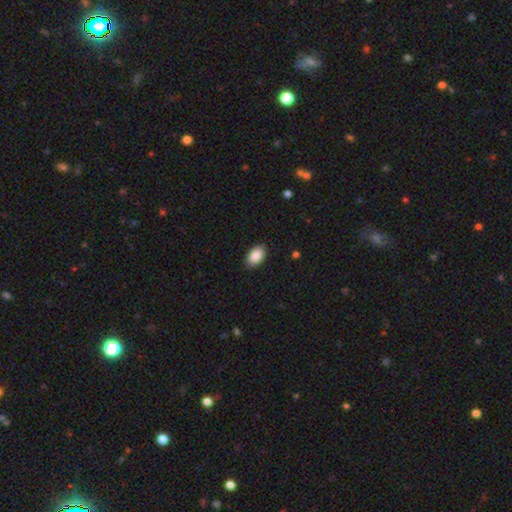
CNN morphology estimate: Smooth or featured?
  - smooth: 90% *
  - star or artifact: 7%
  - featured or disk: 4%
How rounded?
  - in between: 93% *
  - round: 6%
  - cigar-shaped: 1%
Merging?
  - none: 89% *
  - minor disturbance: 8%
  - major disturbance: 2%
  - merger: 1%